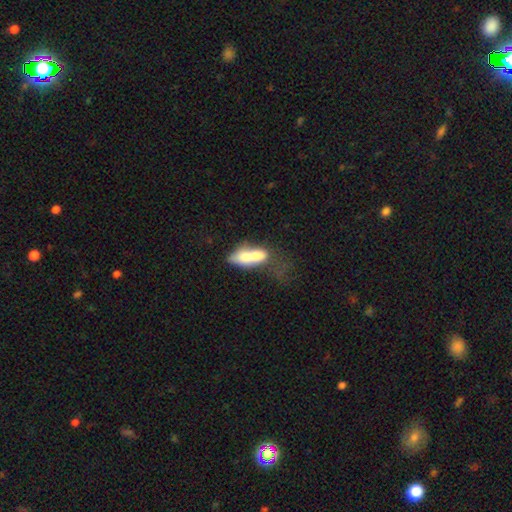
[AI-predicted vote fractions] A smooth galaxy with no disk features (61%) that is in between round and cigar-shaped (75%). Merging: merger (66%).